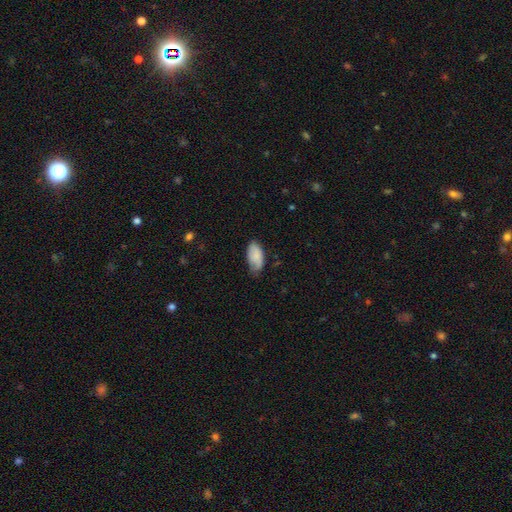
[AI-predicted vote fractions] smooth-or-featured: smooth: 84% | featured or disk: 10% | star or artifact: 6%
  how-rounded: in between: 94% | cigar-shaped: 4% | round: 2%
  merging: none: 60% | minor disturbance: 33% | major disturbance: 6% | merger: 1%